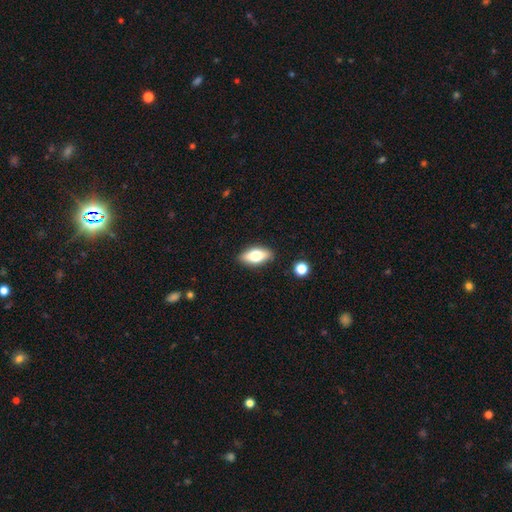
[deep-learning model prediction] Smooth or featured? Predicted: smooth (p=0.68). How rounded? Predicted: in between (p=0.84). Merging? Predicted: none (p=0.87).